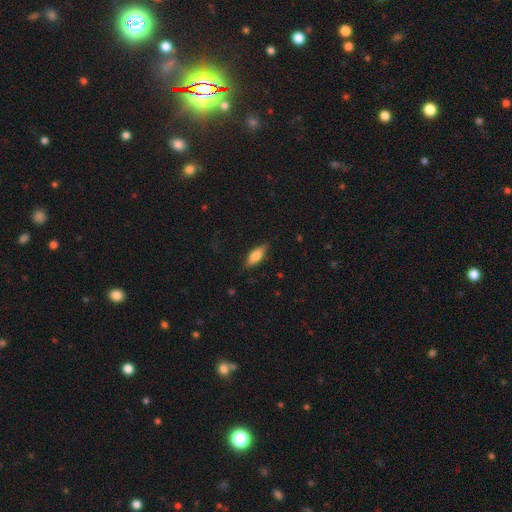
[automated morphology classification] A smooth galaxy with no disk features (79%) that is in between round and cigar-shaped (73%).

Vote fractions:
- Smooth or featured? smooth: 79% / featured or disk: 14% / star or artifact: 6%
- How rounded? in between: 73% / cigar-shaped: 25% / round: 2%
- Merging? none: 81% / minor disturbance: 15% / major disturbance: 3% / merger: 1%